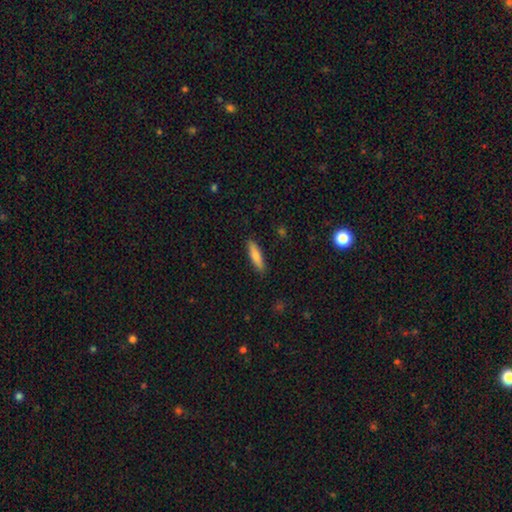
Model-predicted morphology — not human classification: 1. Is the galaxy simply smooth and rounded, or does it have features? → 80% smooth, 14% featured or disk, 6% star or artifact.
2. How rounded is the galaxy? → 72% cigar-shaped, 27% in between, 2% round.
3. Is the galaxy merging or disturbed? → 89% none, 8% minor disturbance, 2% major disturbance, 1% merger.